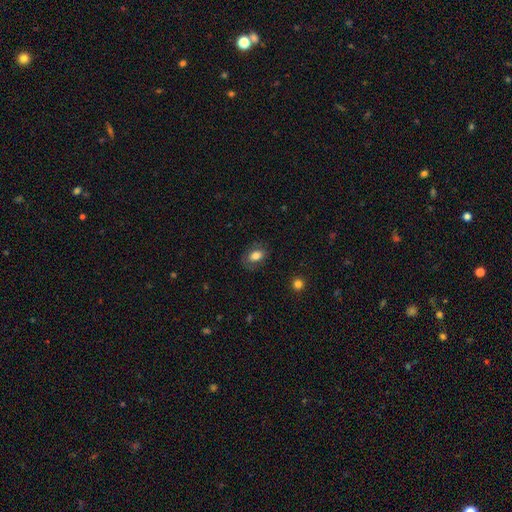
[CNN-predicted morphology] smooth-or-featured: smooth: 79% | featured or disk: 12% | star or artifact: 9%
  how-rounded: in between: 83% | round: 15% | cigar-shaped: 2%
  merging: none: 78% | minor disturbance: 15% | major disturbance: 6% | merger: 1%